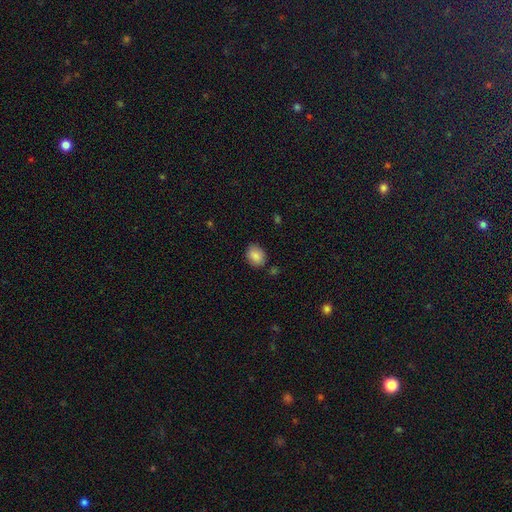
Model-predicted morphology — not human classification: This appears to be a smooth galaxy with no disk features (86%) that is in between round and cigar-shaped (60%). Merging: none (82%).